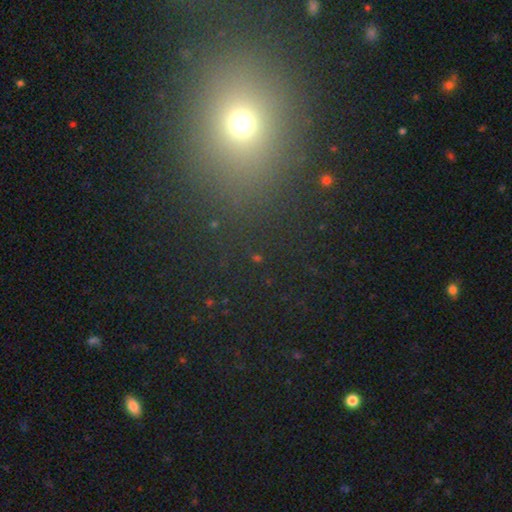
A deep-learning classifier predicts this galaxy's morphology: A star or artifact, not a galaxy (46%).